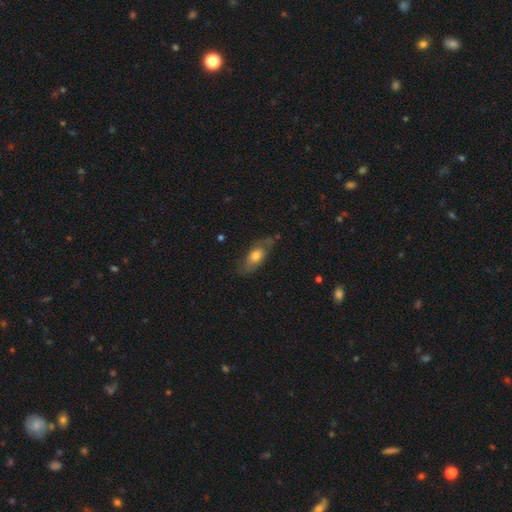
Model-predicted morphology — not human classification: type=smooth (60%); roundness=in between (79%); merging=none (65%).